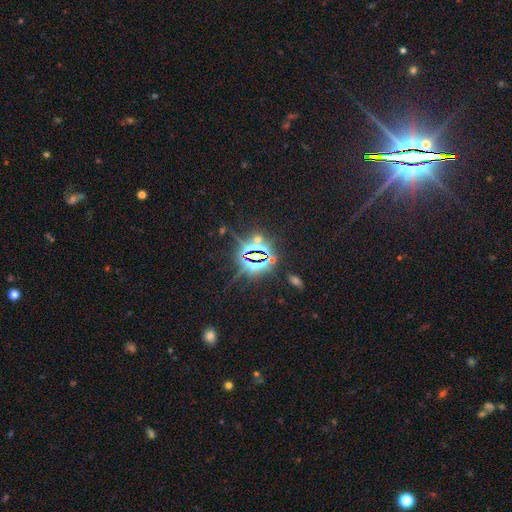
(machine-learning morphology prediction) Smooth or featured? star or artifact (83%)